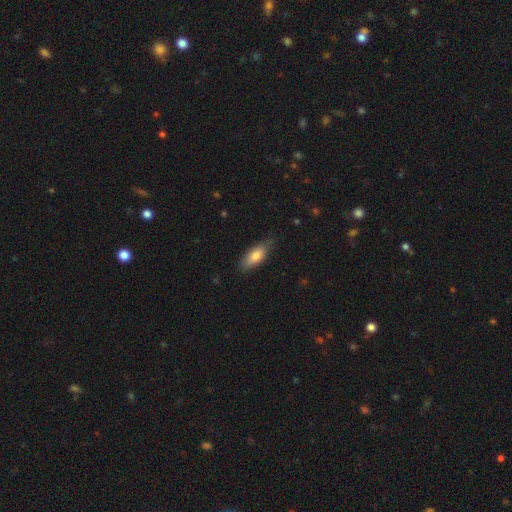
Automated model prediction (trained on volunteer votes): Smooth or featured: smooth — 78% (featured or disk — 15%)
How rounded: in between — 76% (cigar-shaped — 21%)
Merging: none — 75% (minor disturbance — 21%)